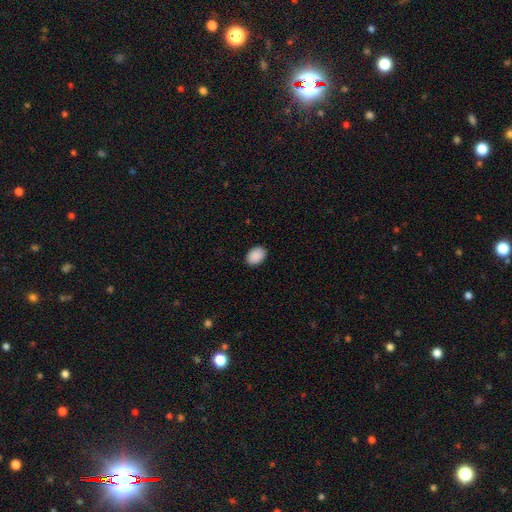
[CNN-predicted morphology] smooth 91%, star or artifact 7%, featured or disk 2%. Down the decision tree: how rounded — in between (83%); merging — none (90%).